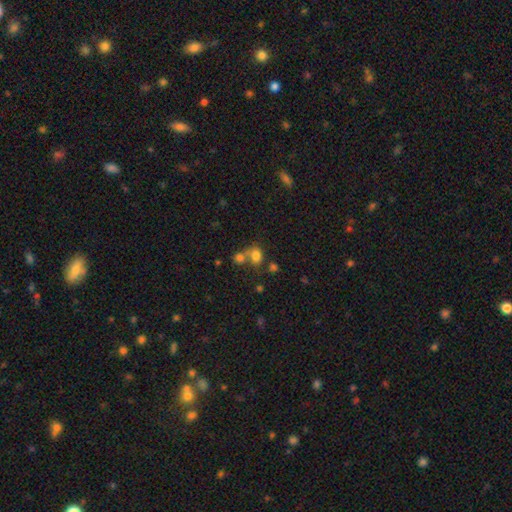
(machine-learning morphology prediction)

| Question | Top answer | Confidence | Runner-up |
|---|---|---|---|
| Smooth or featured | smooth | 75% | star or artifact (14%) |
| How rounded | in between | 57% | round (41%) |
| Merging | merger | 45% | none (39%) |